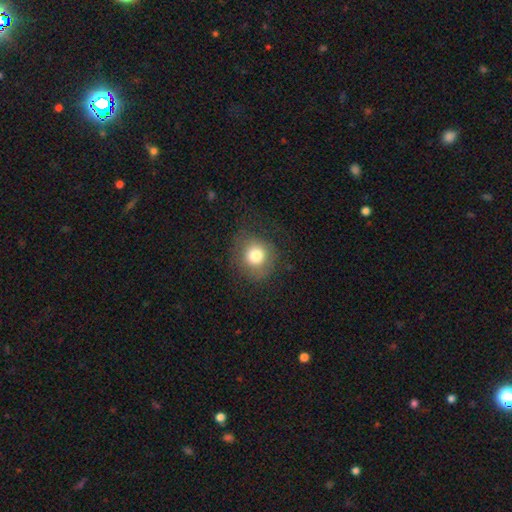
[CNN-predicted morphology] Overall: smooth (77%). How rounded: round (89%). Merging: none (77%).